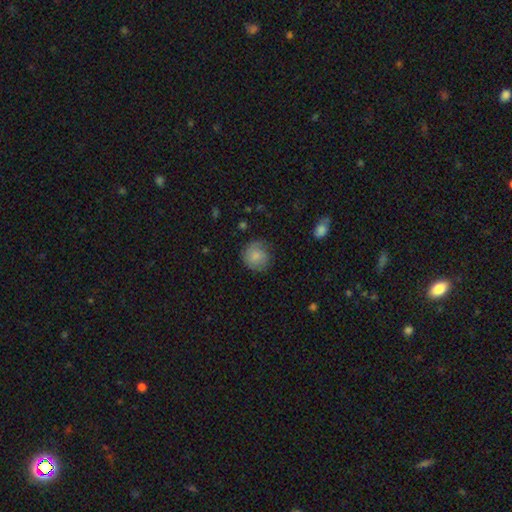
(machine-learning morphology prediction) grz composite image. It shows a smooth galaxy with no disk features (80%) that is round (90%). Merging: none (74%).